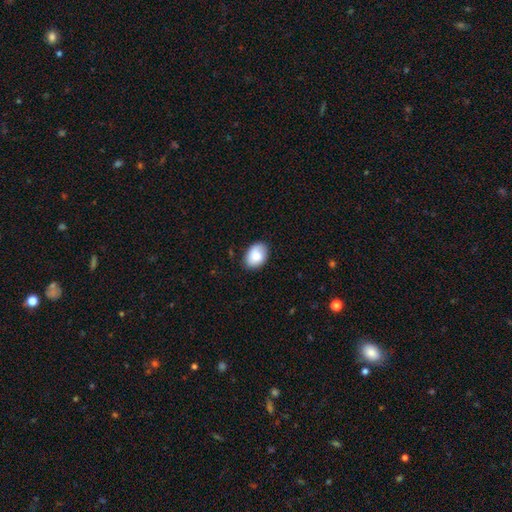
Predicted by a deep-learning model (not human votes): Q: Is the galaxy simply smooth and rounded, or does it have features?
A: smooth — 83%.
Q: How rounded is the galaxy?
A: in between — 77%.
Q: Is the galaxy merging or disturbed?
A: none — 81%.